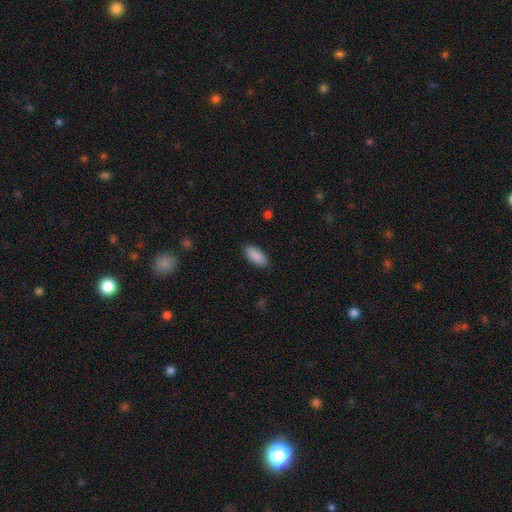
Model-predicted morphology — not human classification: This is clearly a smooth galaxy (90%). How rounded: clearly in between (89%). Merging: clearly none (88%).